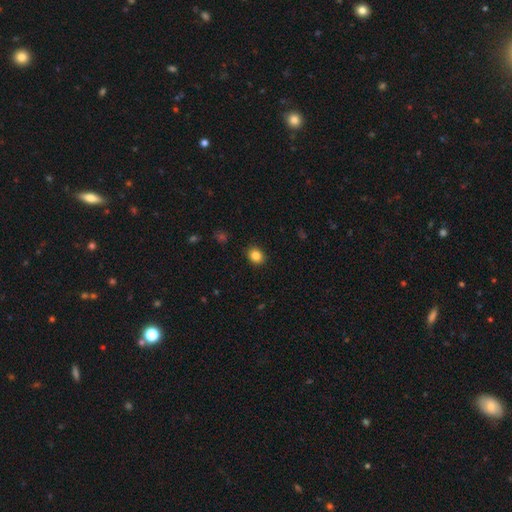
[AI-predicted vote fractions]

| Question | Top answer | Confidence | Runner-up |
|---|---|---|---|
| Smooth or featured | smooth | 84% | star or artifact (10%) |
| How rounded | round | 58% | in between (41%) |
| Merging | none | 90% | minor disturbance (7%) |